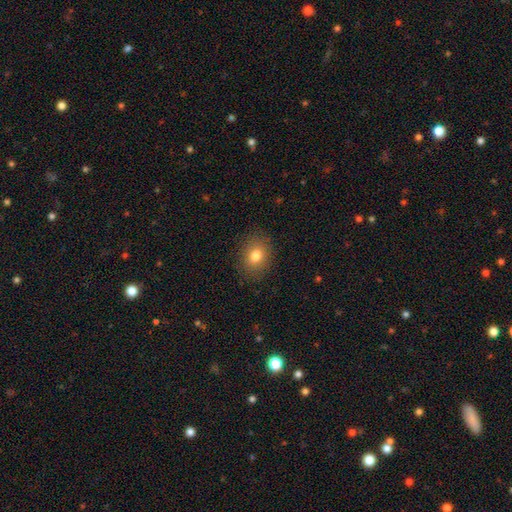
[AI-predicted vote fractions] Smooth or featured: smooth — 80% (star or artifact — 11%)
How rounded: in between — 53% (round — 46%)
Merging: none — 88% (minor disturbance — 9%)